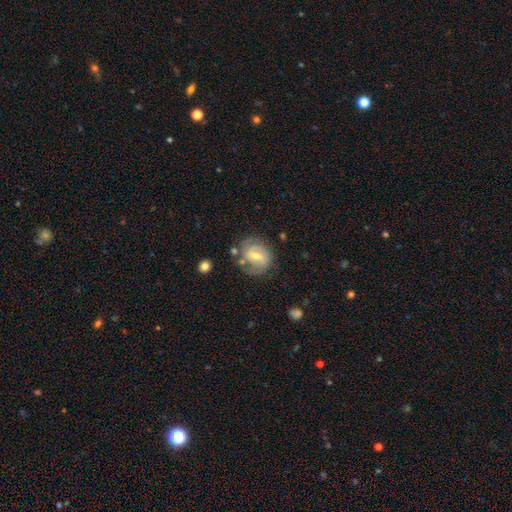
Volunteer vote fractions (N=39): Smooth or featured? 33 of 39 (85%) said featured or disk. Edge-on disk? 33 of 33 (100%) said no. Bar? 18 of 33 (55%) said weak. Spiral arms? 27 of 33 (82%) said yes. Spiral winding? 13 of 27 (48%) said medium. Spiral arm count? 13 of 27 (48%) said 2. Bulge size? 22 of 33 (67%) said moderate. Merging? 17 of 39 (44%) said none.